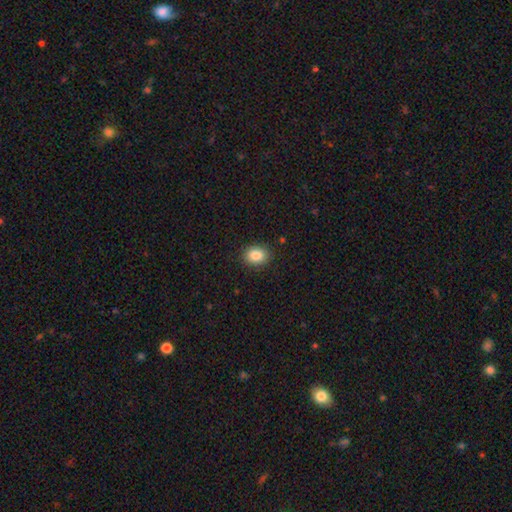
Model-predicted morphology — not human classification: type=smooth (85%); roundness=in between (64%); merging=none (88%).